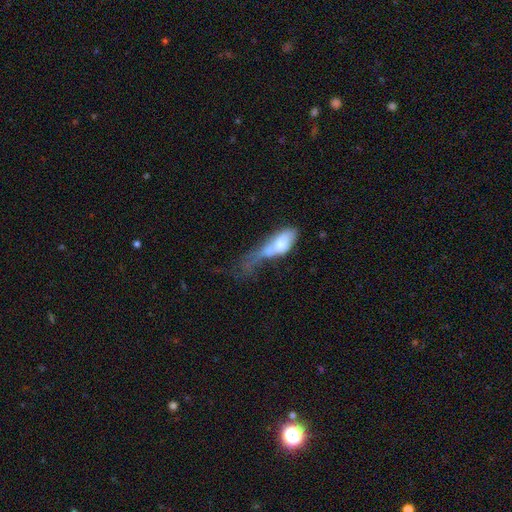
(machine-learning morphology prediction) smooth 50%, featured or disk 36%, star or artifact 13%. Down the decision tree: how rounded — in between (55%); merging — major disturbance (46%).